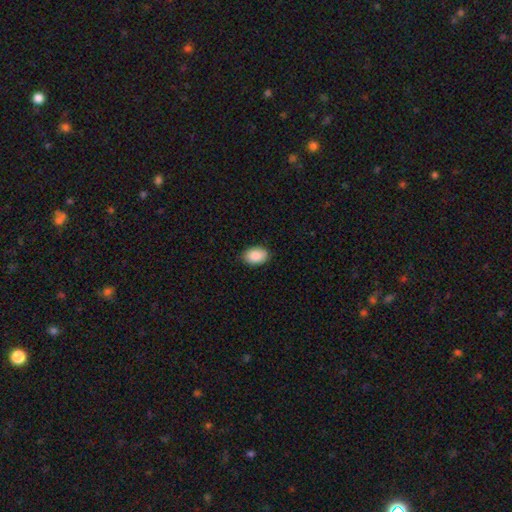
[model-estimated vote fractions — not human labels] The model was most divided on "how rounded": in between: 84%, round: 15%, cigar-shaped: 1%. More confident: smooth or featured — smooth (89%); merging — none (88%).